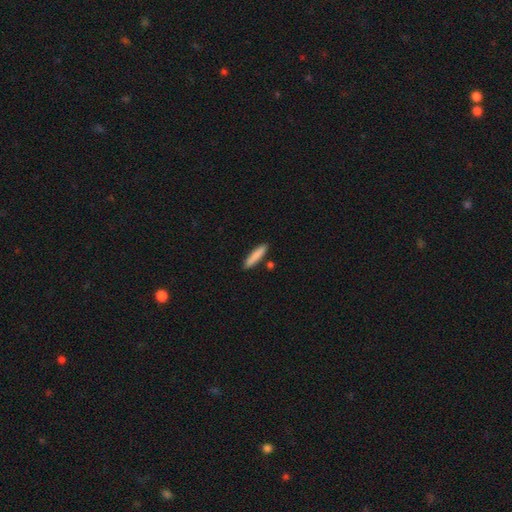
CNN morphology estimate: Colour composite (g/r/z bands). It shows a smooth galaxy with no disk features (85%) that is cigar-shaped (86%). Merging: none (86%).